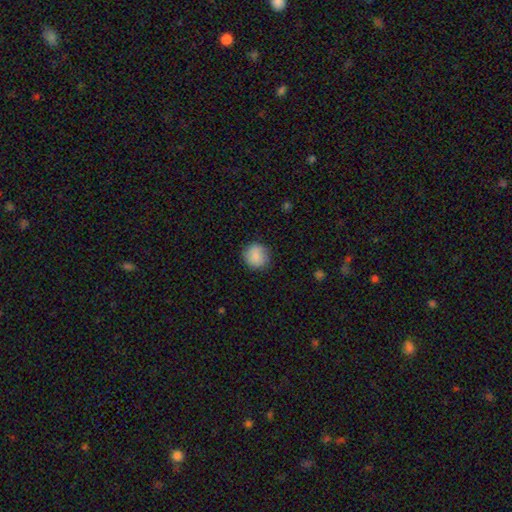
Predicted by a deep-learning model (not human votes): Overall: smooth (85%). How rounded: round (92%). Merging: none (86%).